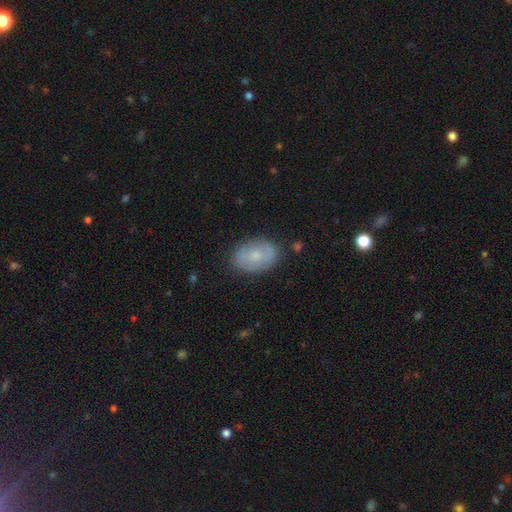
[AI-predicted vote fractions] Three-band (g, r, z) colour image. It shows a smooth galaxy with no disk features (57%) that is in between round and cigar-shaped (81%). Merging: none (81%).